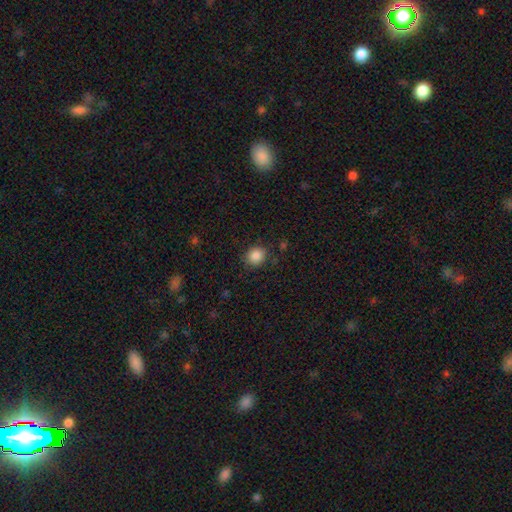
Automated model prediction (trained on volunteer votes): This is clearly a smooth galaxy (86%). How rounded: likely round (76%). Merging: clearly none (86%).